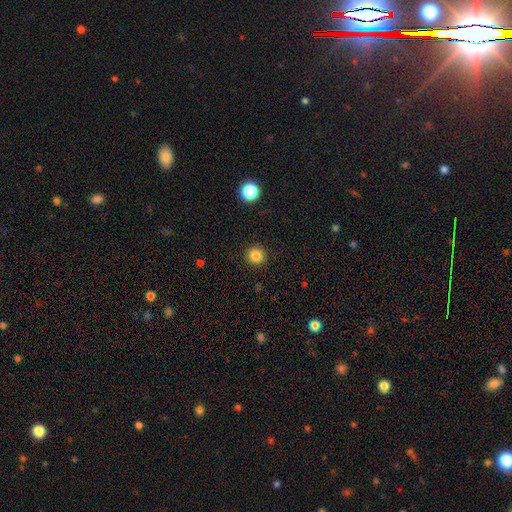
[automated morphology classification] This is clearly a smooth galaxy (84%). How rounded: clearly round (94%). Merging: clearly none (92%).